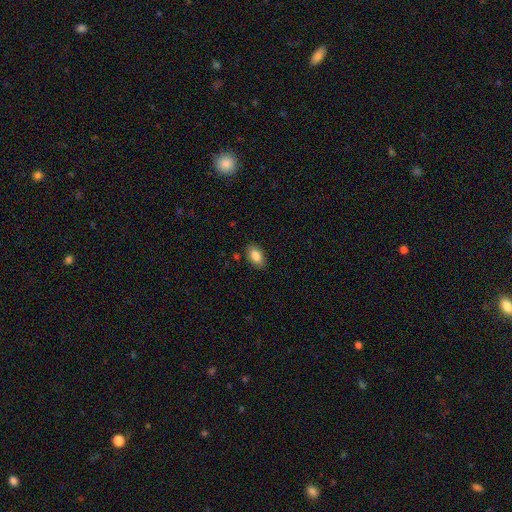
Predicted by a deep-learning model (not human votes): Overall: smooth (86%). How rounded: in between (92%). Merging: none (86%).